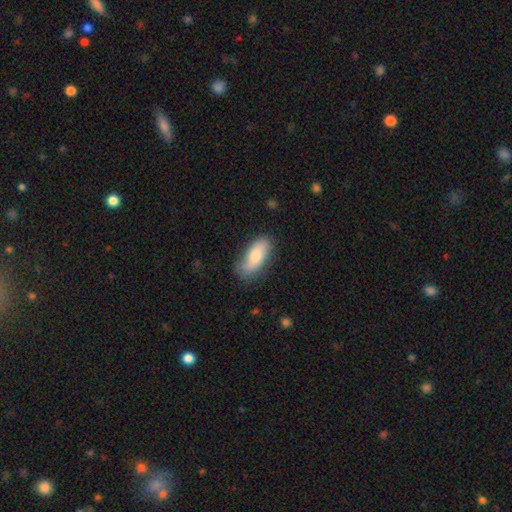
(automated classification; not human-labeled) smooth 72%, featured or disk 22%, star or artifact 6%. Down the decision tree: how rounded — in between (83%); merging — none (66%).